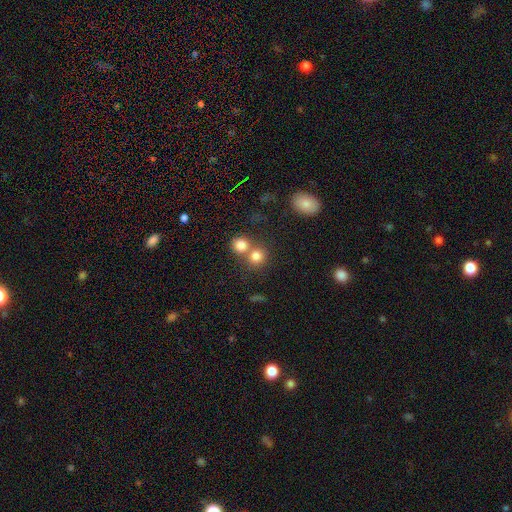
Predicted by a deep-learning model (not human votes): A smooth galaxy with no disk features (79%) that is round (85%).

Vote fractions:
- Smooth or featured? smooth: 79% / star or artifact: 13% / featured or disk: 8%
- How rounded? round: 85% / in between: 14% / cigar-shaped: 1%
- Merging? none: 49% / merger: 42% / minor disturbance: 6% / major disturbance: 3%